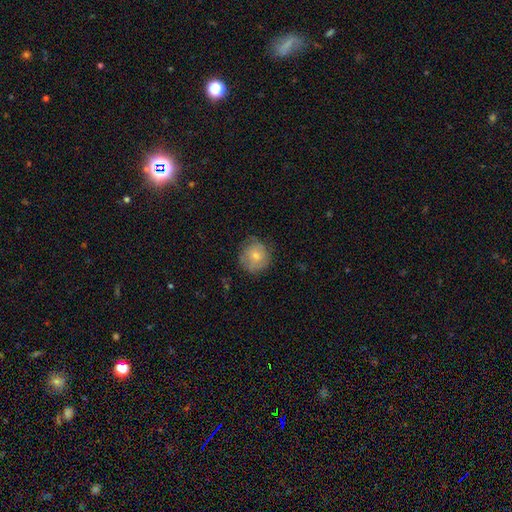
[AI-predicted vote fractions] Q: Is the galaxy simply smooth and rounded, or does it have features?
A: smooth — 70%.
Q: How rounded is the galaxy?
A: round — 90%.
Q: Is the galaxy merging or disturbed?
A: none — 70%.